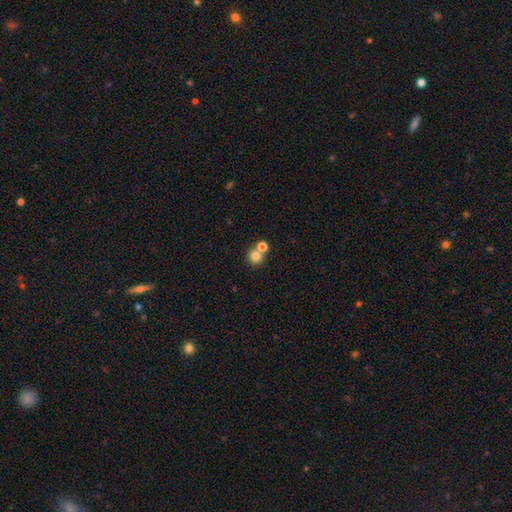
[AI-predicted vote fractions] Smooth or featured?
  - smooth: 79% *
  - star or artifact: 12%
  - featured or disk: 9%
How rounded?
  - round: 89% *
  - in between: 10%
  - cigar-shaped: 1%
Merging?
  - none: 53% *
  - merger: 38%
  - minor disturbance: 6%
  - major disturbance: 3%